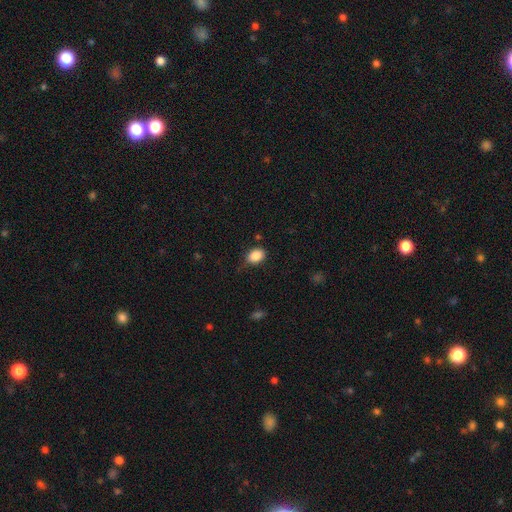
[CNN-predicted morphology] Smooth or featured? Predicted: smooth (p=0.87). How rounded? Predicted: in between (p=0.69). Merging? Predicted: none (p=0.75).